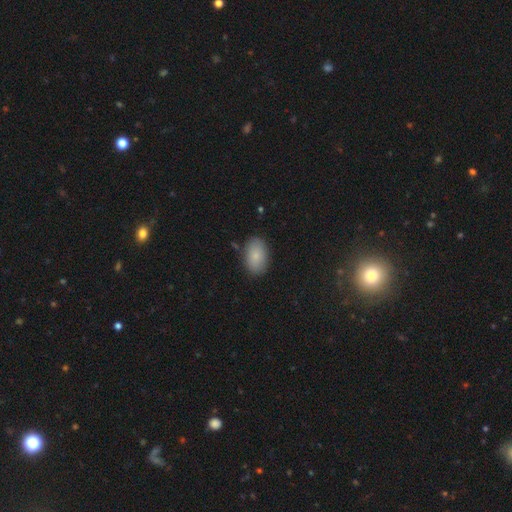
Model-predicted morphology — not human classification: This is clearly a smooth galaxy (84%). How rounded: clearly in between (91%). Merging: clearly none (84%).